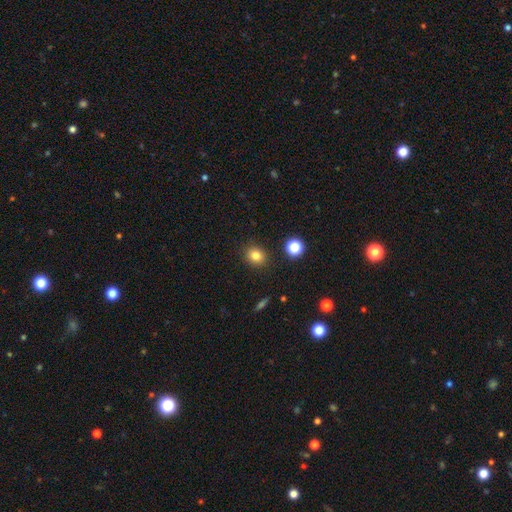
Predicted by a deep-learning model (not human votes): This appears to be a smooth galaxy with no disk features (80%) that is round (75%). Merging: none (89%).